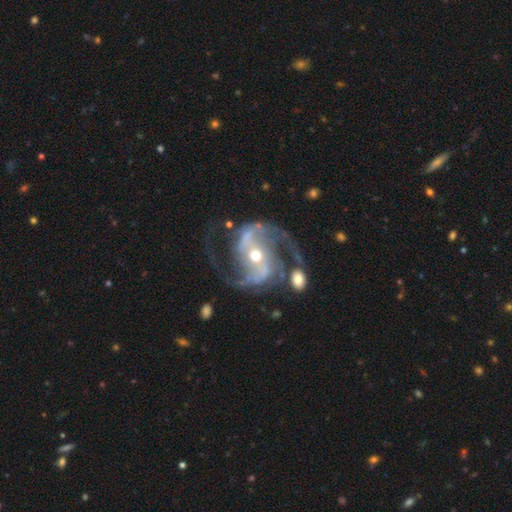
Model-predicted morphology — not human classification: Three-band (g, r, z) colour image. It shows a featured or disk galaxy (92%) with a strong bar (37%), 2 (92%) medium (56%) spiral arms (98%) and a moderate central bulge (59%). Merging: none (64%).